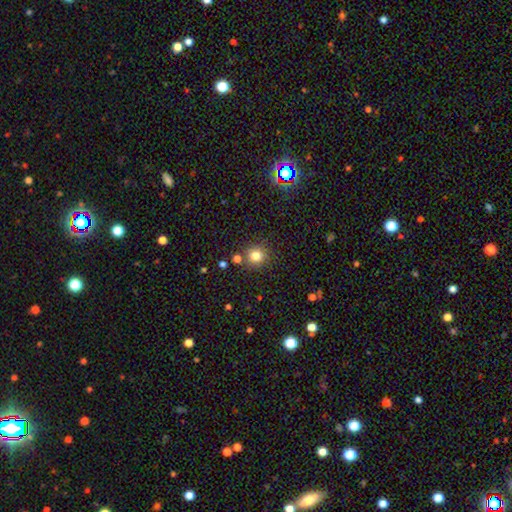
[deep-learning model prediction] smooth 80%, star or artifact 14%, featured or disk 6%. Down the decision tree: how rounded — round (92%); merging — none (83%).